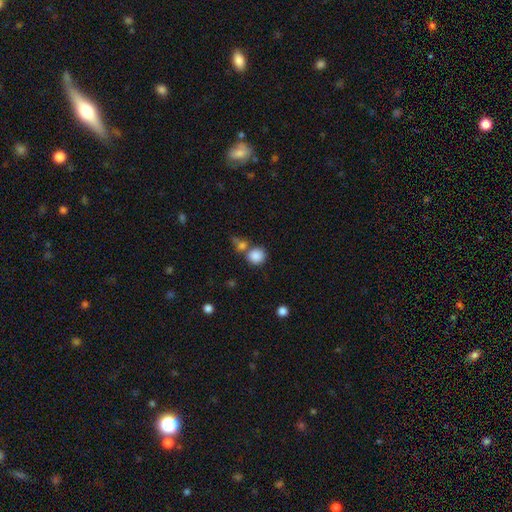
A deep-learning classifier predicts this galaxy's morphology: smooth_or_featured: smooth (p=0.86) [alt: star or artifact p=0.09]
how_rounded: round (p=0.89) [alt: in between p=0.10]
merging: none (p=0.60) [alt: merger p=0.26]